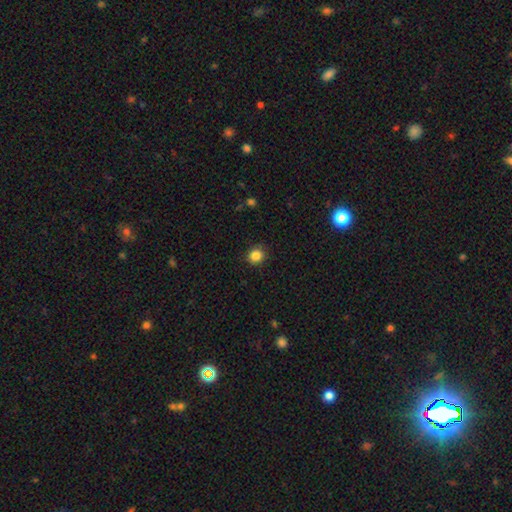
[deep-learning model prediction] A smooth galaxy with no disk features (85%) that is round (85%).

Vote fractions:
- Smooth or featured? smooth: 85% / star or artifact: 11% / featured or disk: 4%
- How rounded? round: 85% / in between: 14% / cigar-shaped: 1%
- Merging? none: 87% / minor disturbance: 10% / major disturbance: 2% / merger: 1%